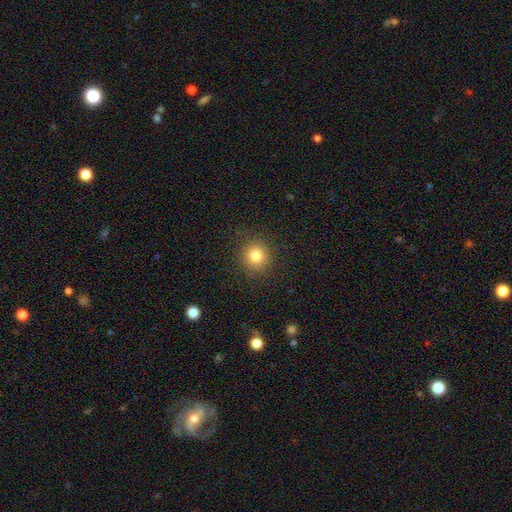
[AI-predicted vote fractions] The model was most divided on "smooth or featured": smooth: 81%, star or artifact: 12%, featured or disk: 7%. More confident: how rounded — round (91%); merging — none (89%).